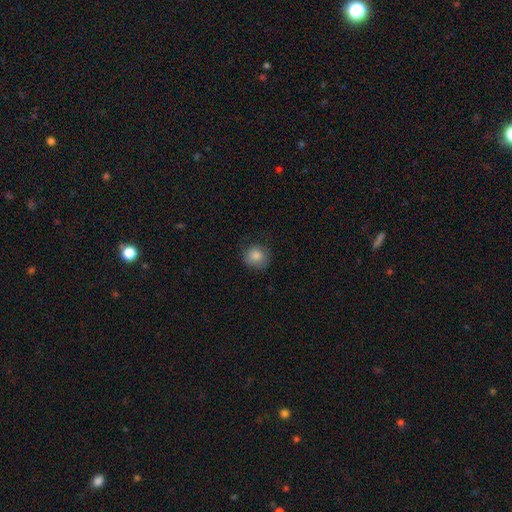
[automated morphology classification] smooth-or-featured: smooth: 84% | star or artifact: 9% | featured or disk: 7%
  how-rounded: round: 87% | in between: 12% | cigar-shaped: 1%
  merging: none: 77% | minor disturbance: 17% | major disturbance: 5% | merger: 1%